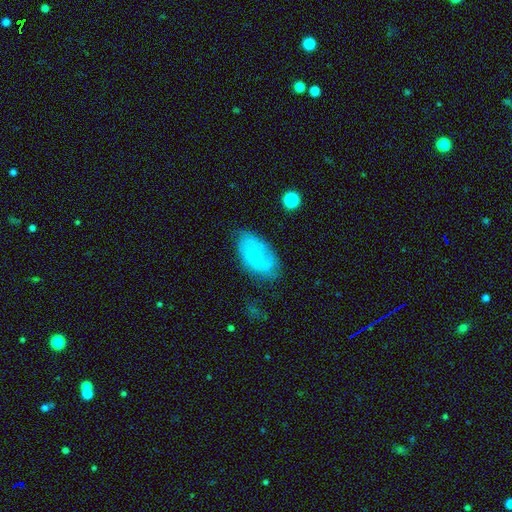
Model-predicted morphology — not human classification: Smooth or featured? Predicted: smooth (p=0.60). How rounded? Predicted: in between (p=0.93). Merging? Predicted: none (p=0.61).